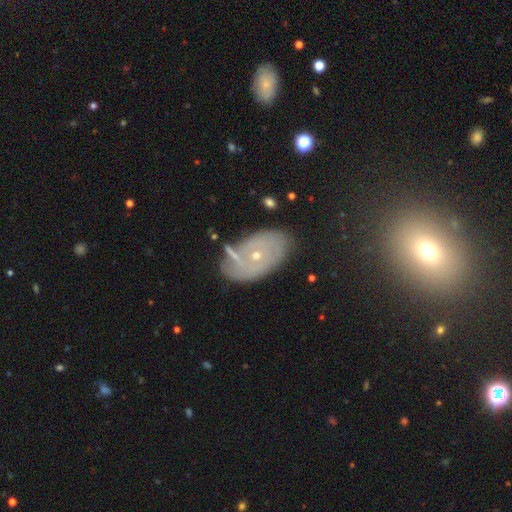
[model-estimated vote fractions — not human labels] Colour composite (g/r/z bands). It shows a featured or disk galaxy (71%) with no bar (81%), tight (71%) spiral arms (76%) and a small central bulge (71%). Merging: none (62%).